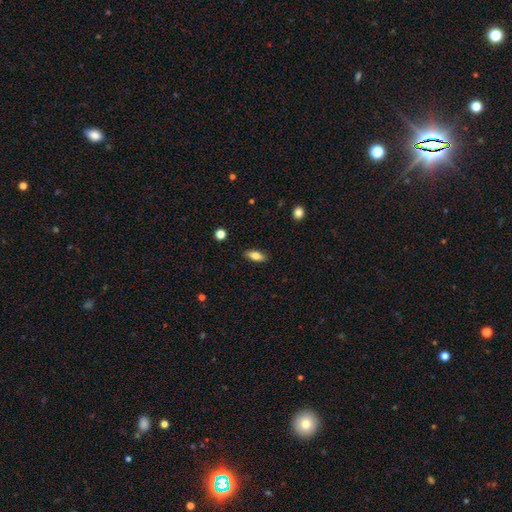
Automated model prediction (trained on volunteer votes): This is likely a smooth galaxy (77%). How rounded: likely in between (79%). Merging: clearly none (88%).